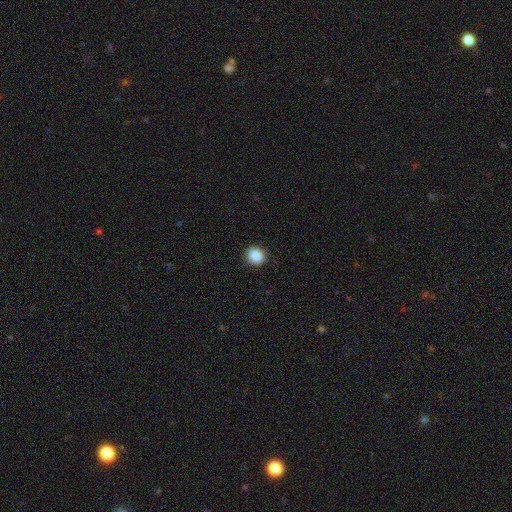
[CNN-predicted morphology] smooth-or-featured: smooth: 88% | star or artifact: 9% | featured or disk: 4%
  how-rounded: round: 70% | in between: 29% | cigar-shaped: 1%
  merging: none: 89% | minor disturbance: 8% | major disturbance: 2% | merger: 1%